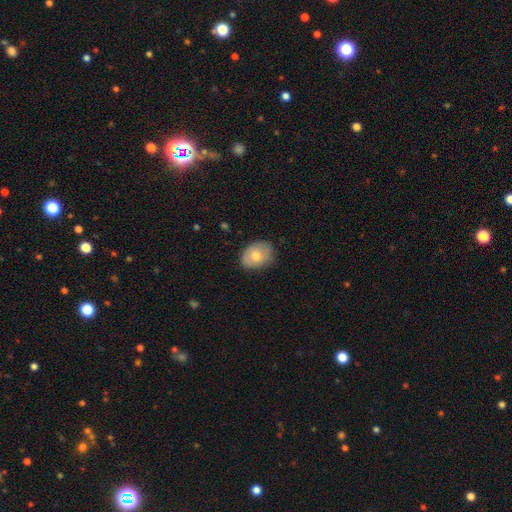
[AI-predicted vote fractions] smooth_or_featured: smooth (p=0.67) [alt: featured or disk p=0.26]
how_rounded: in between (p=0.70) [alt: round p=0.29]
merging: none (p=0.78) [alt: minor disturbance p=0.18]